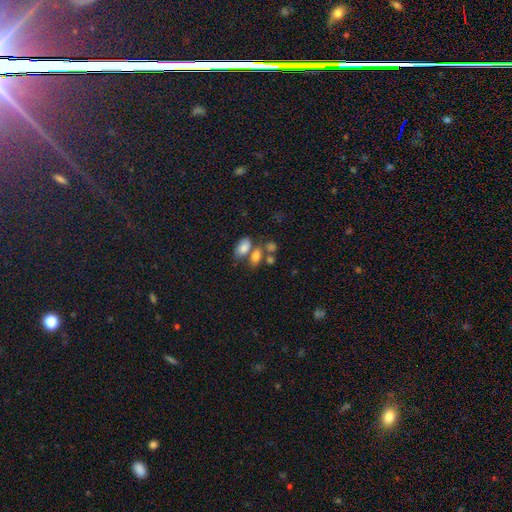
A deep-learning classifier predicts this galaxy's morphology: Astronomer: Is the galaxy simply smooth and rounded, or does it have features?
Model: smooth — 78%.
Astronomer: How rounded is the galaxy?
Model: in between — 88%.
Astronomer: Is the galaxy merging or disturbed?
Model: none — 41% (runner-up: merger, 39%).